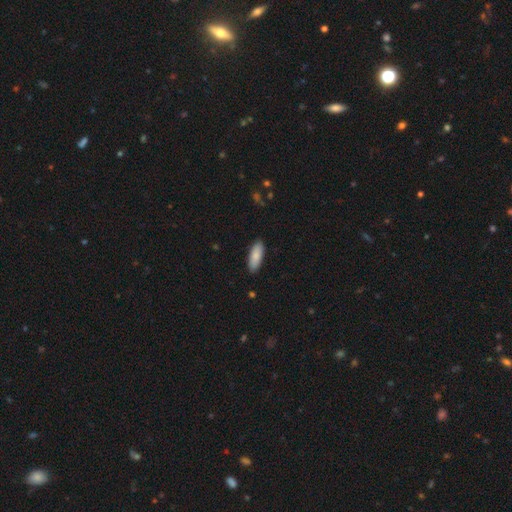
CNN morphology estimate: The model was most divided on "how rounded": in between: 70%, cigar-shaped: 29%, round: 2%. More confident: merging — none (89%); smooth or featured — smooth (86%).